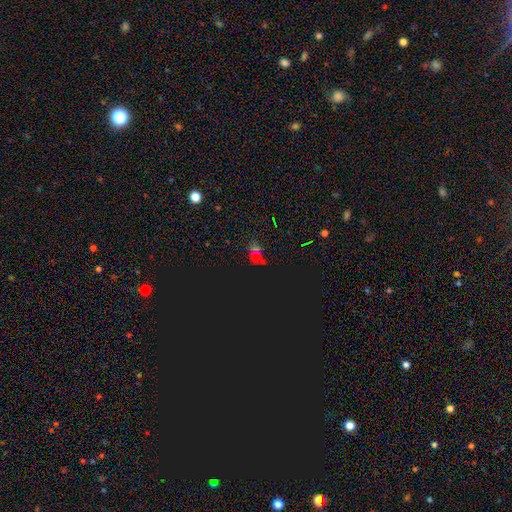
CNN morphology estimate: Smooth or featured? Predicted: star or artifact (p=0.65).